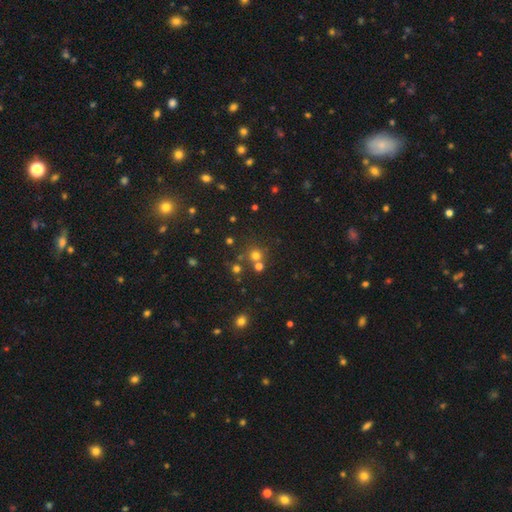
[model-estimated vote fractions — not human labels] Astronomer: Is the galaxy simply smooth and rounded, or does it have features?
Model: smooth — 66%.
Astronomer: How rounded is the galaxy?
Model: round — 91%.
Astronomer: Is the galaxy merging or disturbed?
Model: none — 67%.